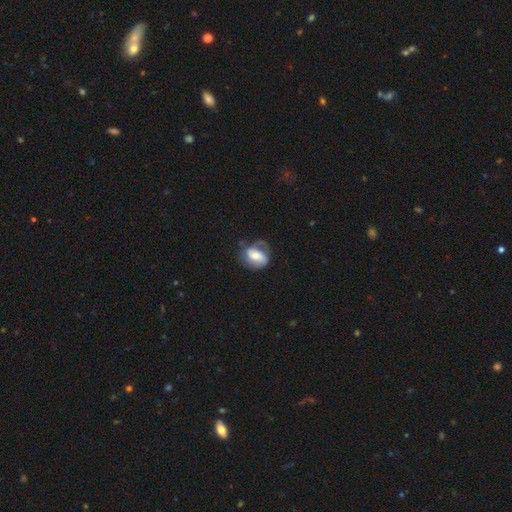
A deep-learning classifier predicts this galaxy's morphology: Q: Smooth or featured?
A: featured or disk (52%); runner-up: smooth (41%)
Q: Edge-on disk?
A: no (96%); runner-up: yes (4%)
Q: Merging?
A: none (47%); runner-up: minor disturbance (28%)